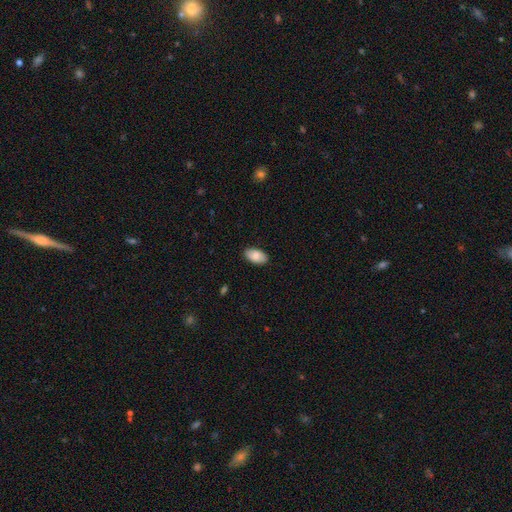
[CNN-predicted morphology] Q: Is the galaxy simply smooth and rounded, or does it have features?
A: smooth — 86%.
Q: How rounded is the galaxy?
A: in between — 95%.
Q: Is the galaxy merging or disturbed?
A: none — 88%.